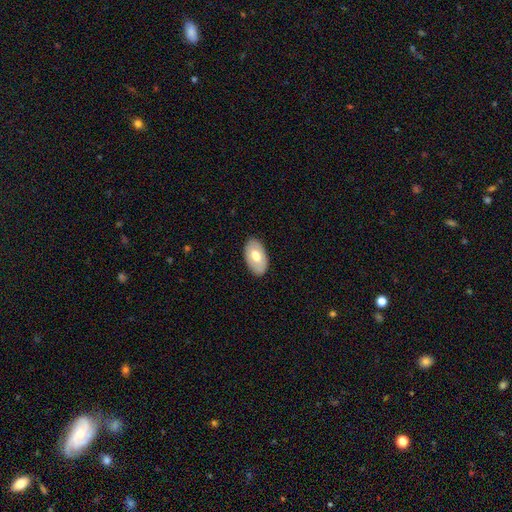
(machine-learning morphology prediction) The model was most divided on "smooth or featured": smooth: 63%, featured or disk: 32%, star or artifact: 6%. More confident: how rounded — in between (94%); merging — none (87%).